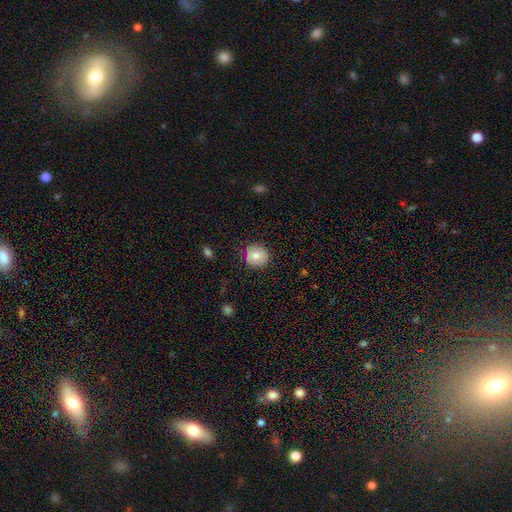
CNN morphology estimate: smooth-or-featured: smooth: 77% | featured or disk: 14% | star or artifact: 9%
  how-rounded: round: 89% | in between: 10% | cigar-shaped: 1%
  merging: none: 84% | minor disturbance: 13% | major disturbance: 3% | merger: 1%